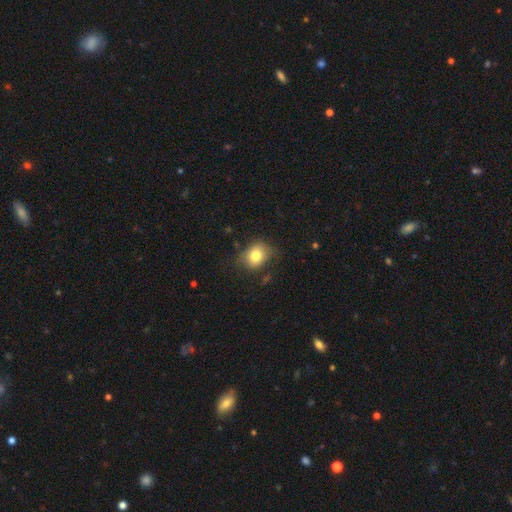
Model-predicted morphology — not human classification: Overall: smooth (78%). How rounded: round (56%; in between 43%). Merging: none (70%).